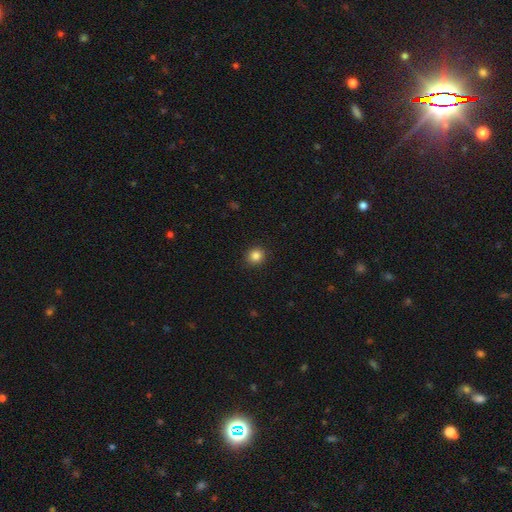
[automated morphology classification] A smooth galaxy with no disk features (85%) that is round (87%).

Vote fractions:
- Smooth or featured? smooth: 85% / star or artifact: 11% / featured or disk: 4%
- How rounded? round: 87% / in between: 12% / cigar-shaped: 1%
- Merging? none: 91% / minor disturbance: 6% / major disturbance: 2% / merger: 1%